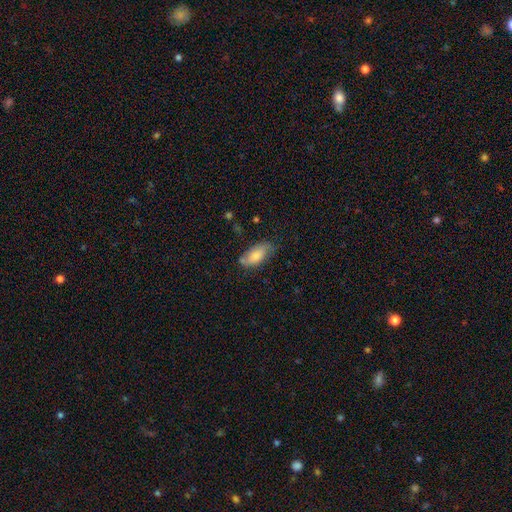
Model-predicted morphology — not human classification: Smooth or featured?
  - smooth: 71% *
  - featured or disk: 22%
  - star or artifact: 7%
How rounded?
  - in between: 90% *
  - cigar-shaped: 8%
  - round: 3%
Merging?
  - none: 64% *
  - minor disturbance: 27%
  - major disturbance: 6%
  - merger: 3%